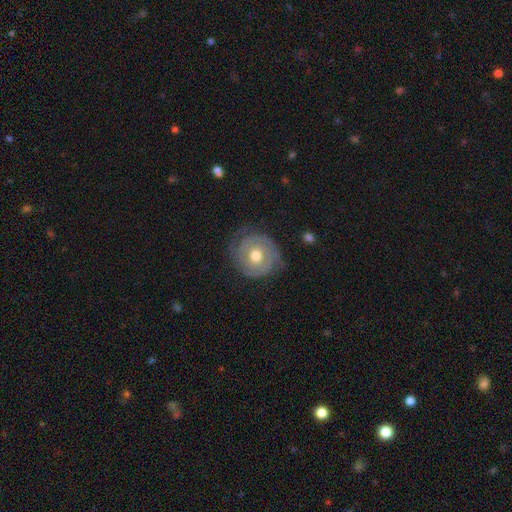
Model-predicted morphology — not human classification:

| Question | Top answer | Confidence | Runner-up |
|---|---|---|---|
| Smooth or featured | featured or disk | 80% | smooth (14%) |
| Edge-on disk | no | 98% | yes (2%) |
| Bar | no | 77% | weak (18%) |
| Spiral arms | yes | 92% | no (8%) |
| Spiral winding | tight | 76% | medium (19%) |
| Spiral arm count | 2 | 61% | can't tell (17%) |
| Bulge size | moderate | 80% | small (13%) |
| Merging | none | 78% | minor disturbance (15%) |